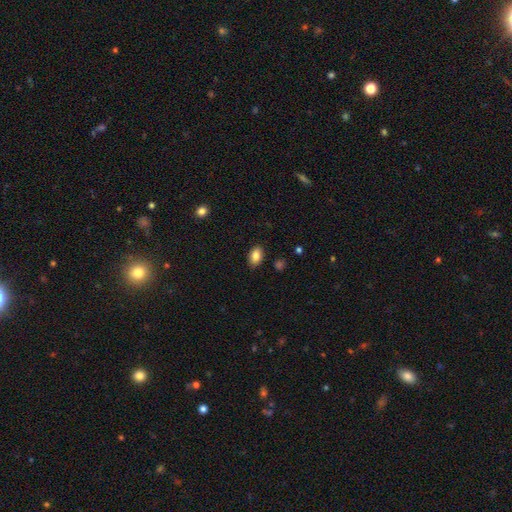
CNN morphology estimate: This is clearly a smooth galaxy (86%). How rounded: clearly in between (86%). Merging: clearly none (86%).